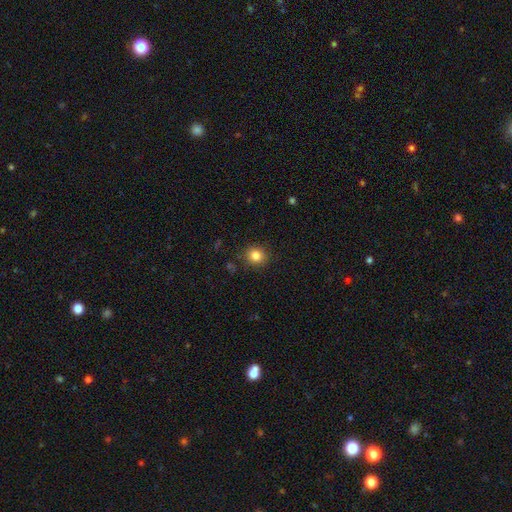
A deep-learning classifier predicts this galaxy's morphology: Q: Smooth or featured?
A: smooth (83%); runner-up: star or artifact (11%)
Q: How rounded?
A: round (87%); runner-up: in between (12%)
Q: Merging?
A: none (88%); runner-up: minor disturbance (8%)